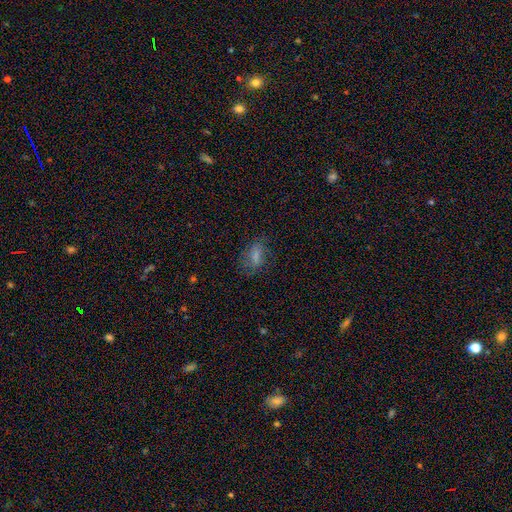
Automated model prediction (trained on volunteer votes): Q: Smooth or featured?
A: smooth (63%); runner-up: featured or disk (25%)
Q: How rounded?
A: in between (83%); runner-up: round (11%)
Q: Merging?
A: none (63%); runner-up: minor disturbance (21%)